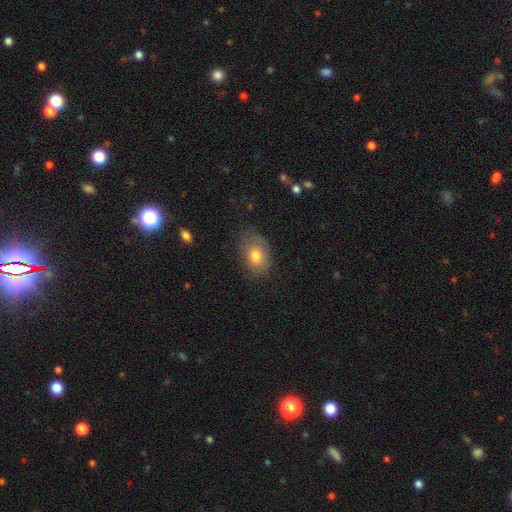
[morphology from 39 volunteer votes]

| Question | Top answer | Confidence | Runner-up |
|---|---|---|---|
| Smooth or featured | smooth | 79% | featured or disk (15%) |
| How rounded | in between | 77% | round (23%) |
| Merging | none | 51% | minor disturbance (41%) |